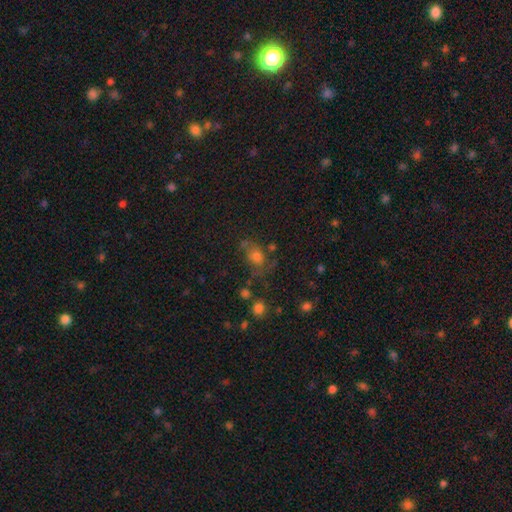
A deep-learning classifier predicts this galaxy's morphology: A smooth galaxy with no disk features (60%) that is in between round and cigar-shaped (49%, tied with round). Merging: none (50%).